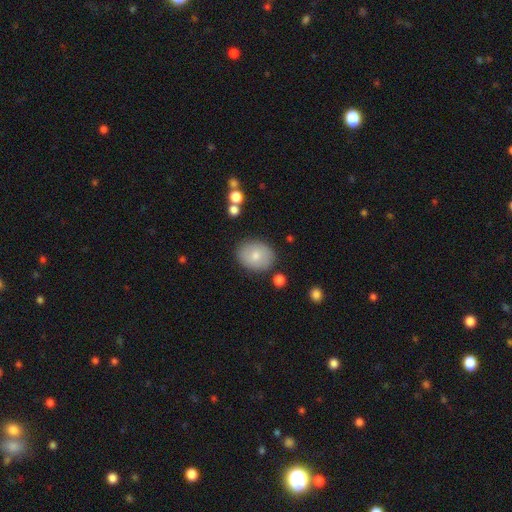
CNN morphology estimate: Q: Smooth or featured?
A: smooth (76%); runner-up: featured or disk (17%)
Q: How rounded?
A: in between (53%); runner-up: round (46%)
Q: Merging?
A: none (84%); runner-up: minor disturbance (11%)